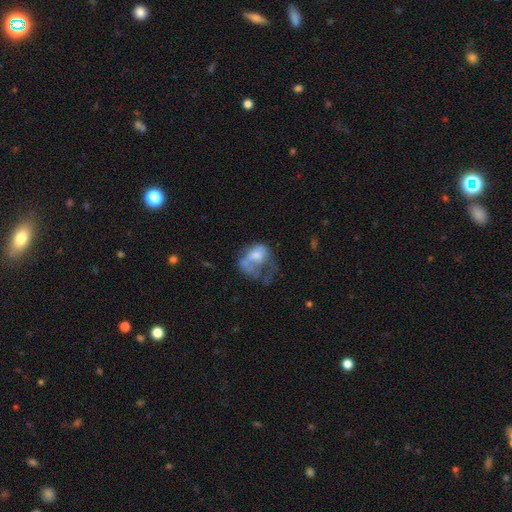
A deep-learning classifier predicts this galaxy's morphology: The model was most divided on "smooth or featured": smooth: 46%, featured or disk: 44%, star or artifact: 10%. More confident: merging — major disturbance (55%).